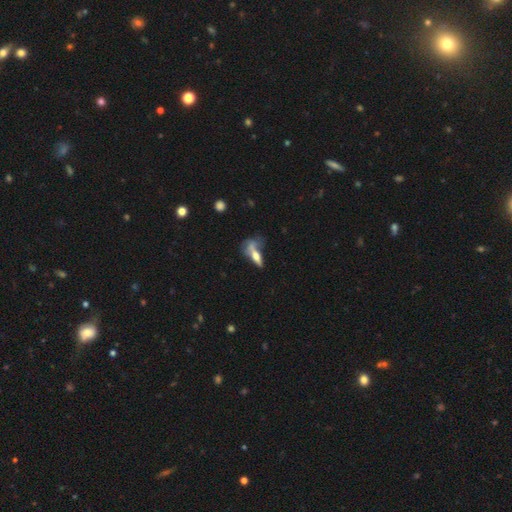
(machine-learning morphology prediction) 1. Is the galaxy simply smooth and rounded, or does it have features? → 51% smooth, 39% featured or disk, 10% star or artifact.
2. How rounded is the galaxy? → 52% cigar-shaped, 44% in between, 4% round.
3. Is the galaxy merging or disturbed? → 33% none, 26% major disturbance, 21% minor disturbance, 20% merger.